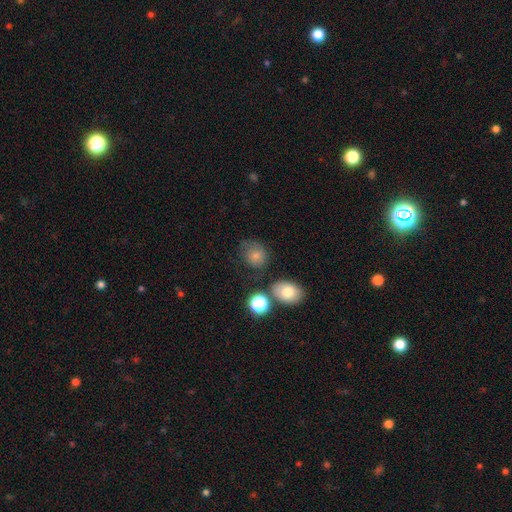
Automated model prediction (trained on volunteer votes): Morphology: type=smooth (76%); roundness=round (67%); merging=none (56%).